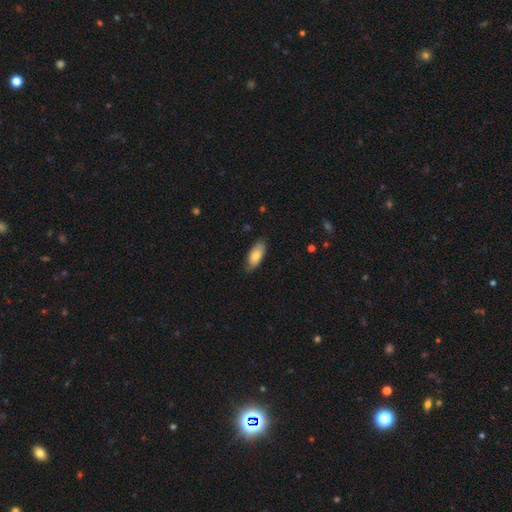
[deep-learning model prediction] smooth_or_featured: smooth (p=0.76) [alt: featured or disk p=0.18]
how_rounded: in between (p=0.87) [alt: cigar-shaped p=0.11]
merging: none (p=0.76) [alt: minor disturbance p=0.20]